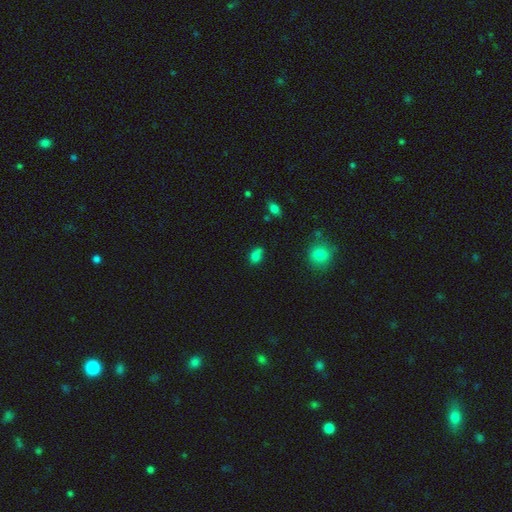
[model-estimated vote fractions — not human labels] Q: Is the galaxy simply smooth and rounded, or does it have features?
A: smooth — 78%.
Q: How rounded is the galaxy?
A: in between — 75%.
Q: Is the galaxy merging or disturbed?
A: none — 52%.